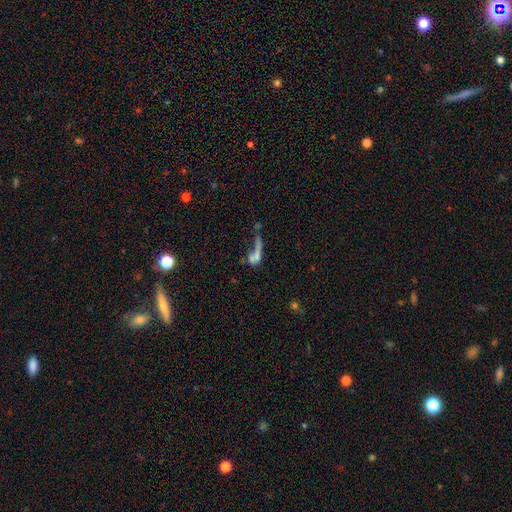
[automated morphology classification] A smooth galaxy with no disk features (50%) that is cigar-shaped (50%). Merging: merger (38%).